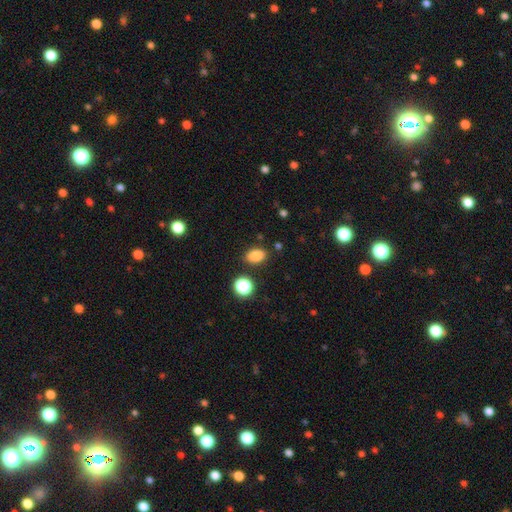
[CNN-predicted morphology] A smooth galaxy with no disk features (84%) that is in between round and cigar-shaped (82%).

Vote fractions:
- Smooth or featured? smooth: 84% / star or artifact: 12% / featured or disk: 5%
- How rounded? in between: 82% / round: 17% / cigar-shaped: 2%
- Merging? none: 84% / minor disturbance: 10% / merger: 4% / major disturbance: 3%